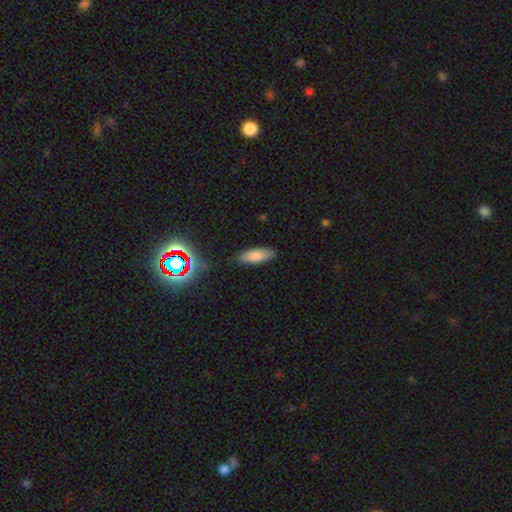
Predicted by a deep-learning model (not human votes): smooth-or-featured: smooth: 80% | featured or disk: 11% | star or artifact: 10%
  how-rounded: in between: 69% | cigar-shaped: 29% | round: 2%
  merging: none: 86% | minor disturbance: 11% | major disturbance: 2% | merger: 1%